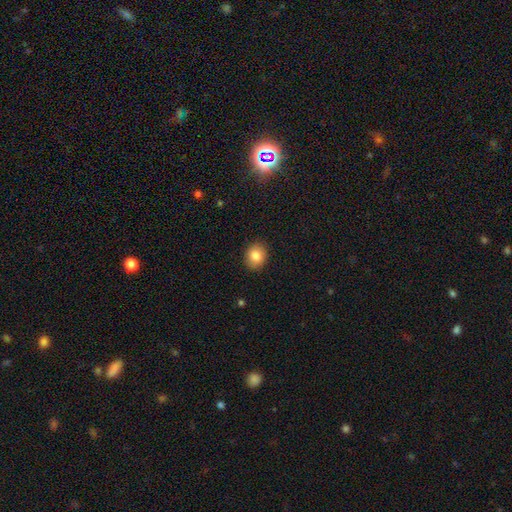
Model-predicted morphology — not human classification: smooth_or_featured: smooth (p=0.84) [alt: star or artifact p=0.09]
how_rounded: round (p=0.59) [alt: in between p=0.40]
merging: none (p=0.90) [alt: minor disturbance p=0.08]